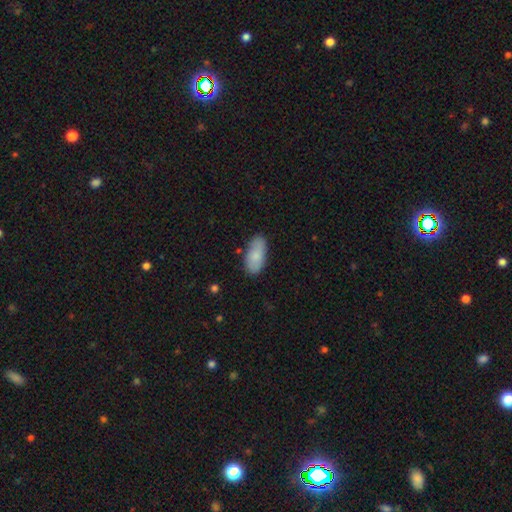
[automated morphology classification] The model was most divided on "merging": none: 80%, minor disturbance: 15%, major disturbance: 3%, merger: 2%. More confident: how rounded — in between (92%); smooth or featured — smooth (83%).